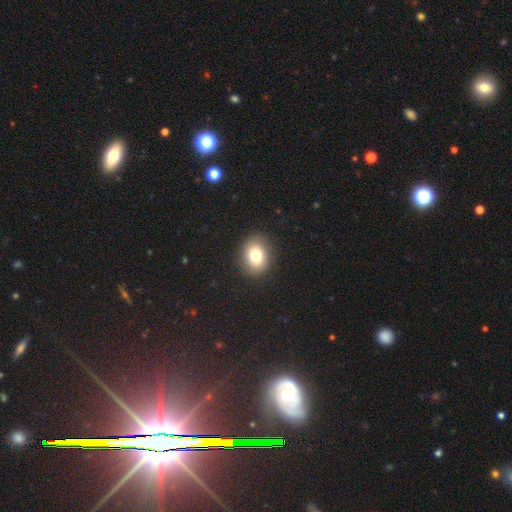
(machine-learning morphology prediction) smooth_or_featured: smooth (p=0.79) [alt: featured or disk p=0.11]
how_rounded: in between (p=0.54) [alt: round p=0.45]
merging: none (p=0.88) [alt: minor disturbance p=0.08]